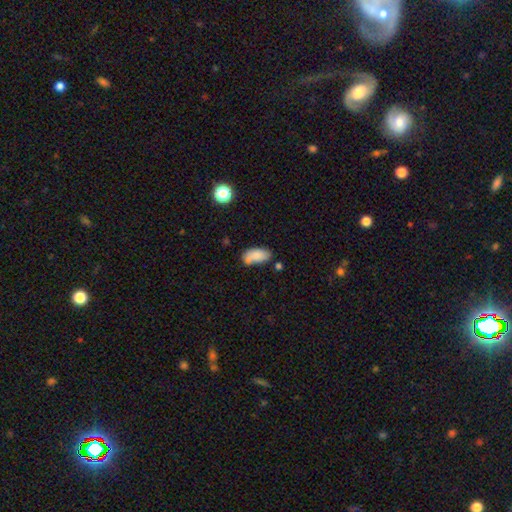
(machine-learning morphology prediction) Smooth or featured?
  - smooth: 82% *
  - featured or disk: 9%
  - star or artifact: 8%
How rounded?
  - in between: 90% *
  - cigar-shaped: 6%
  - round: 3%
Merging?
  - none: 54% *
  - minor disturbance: 22%
  - merger: 17%
  - major disturbance: 6%